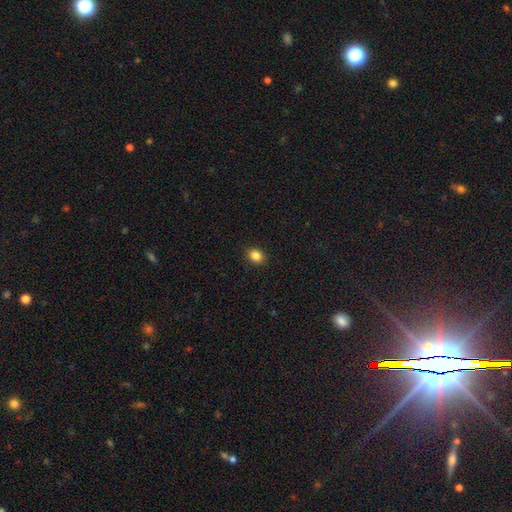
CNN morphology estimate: Smooth or featured?
  - smooth: 85% *
  - star or artifact: 10%
  - featured or disk: 4%
How rounded?
  - in between: 51% *
  - round: 48%
  - cigar-shaped: 1%
Merging?
  - none: 90% *
  - minor disturbance: 7%
  - major disturbance: 2%
  - merger: 1%